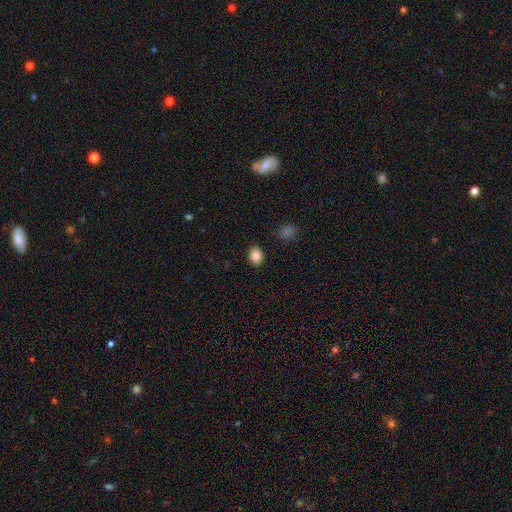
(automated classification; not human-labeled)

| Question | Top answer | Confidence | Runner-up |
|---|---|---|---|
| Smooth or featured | smooth | 87% | star or artifact (9%) |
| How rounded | in between | 60% | round (39%) |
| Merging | none | 88% | minor disturbance (8%) |